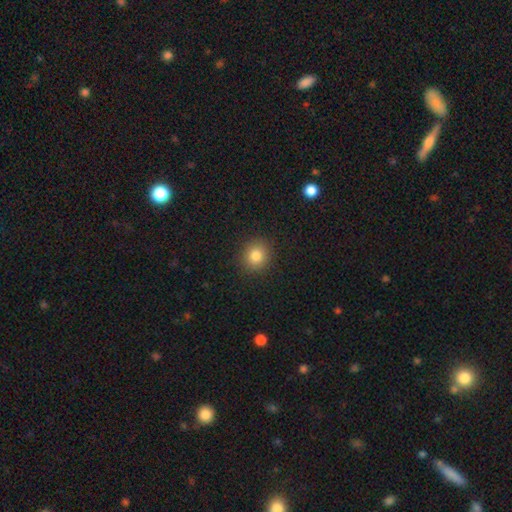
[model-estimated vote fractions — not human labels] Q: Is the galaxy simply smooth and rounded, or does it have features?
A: smooth — 83%.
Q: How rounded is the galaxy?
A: round — 86%.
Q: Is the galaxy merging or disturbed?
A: none — 91%.